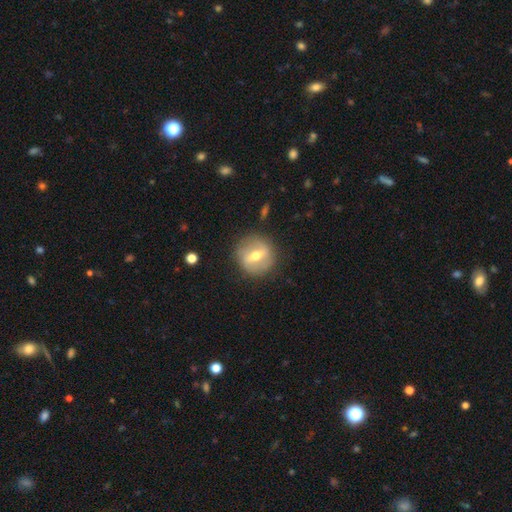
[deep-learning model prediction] Overall: featured or disk (61%; smooth 32%). Edge-on disk: no (87%). Bar: strong (53%; weak 36%). Spiral arms: no (67%; yes 33%). Bulge size: moderate (71%). Merging: none (84%).